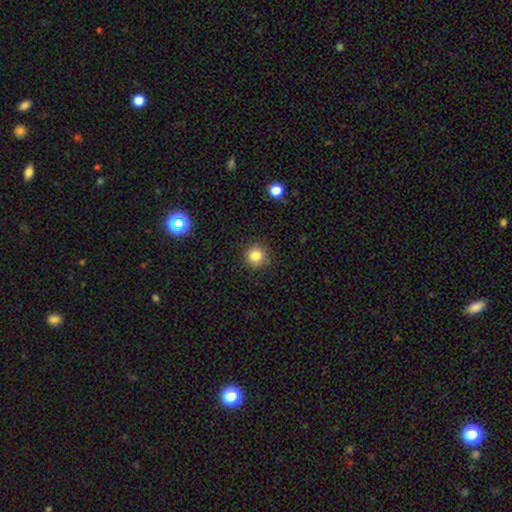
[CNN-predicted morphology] A smooth galaxy with no disk features (83%) that is round (94%). Merging: none (90%).